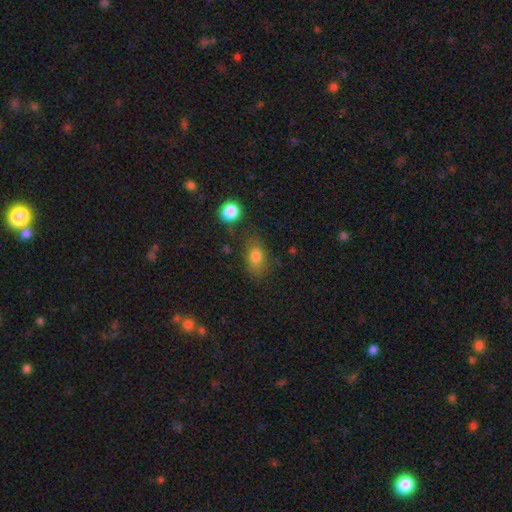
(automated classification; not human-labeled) Smooth or featured? smooth (79%)
How rounded? in between (78%)
Merging? none (68%)